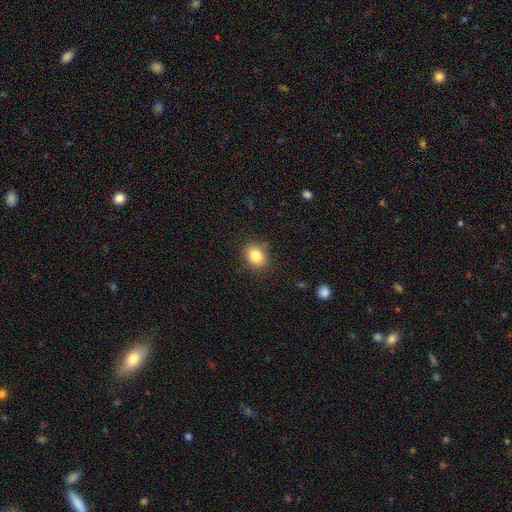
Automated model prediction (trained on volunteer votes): smooth 83%, star or artifact 10%, featured or disk 7%. Down the decision tree: how rounded — round (55%); merging — none (83%).